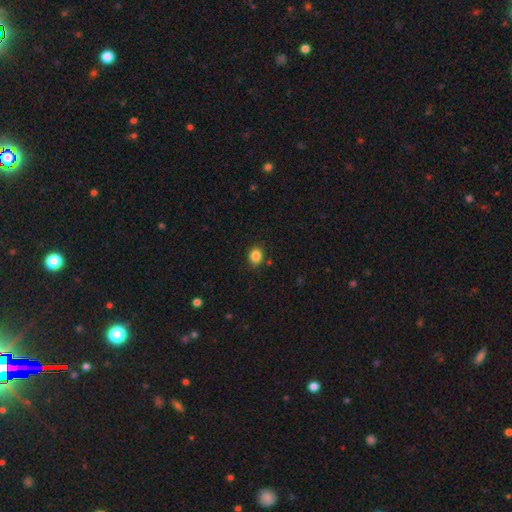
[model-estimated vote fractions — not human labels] This is clearly a smooth galaxy (85%). How rounded: likely round (61%). Merging: clearly none (87%).